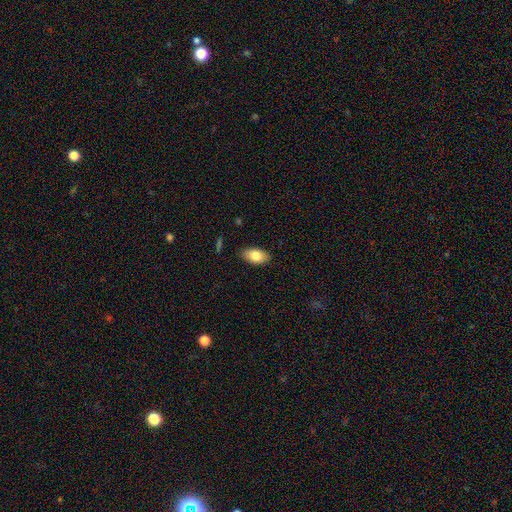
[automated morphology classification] The model was most divided on "smooth or featured": smooth: 81%, featured or disk: 12%, star or artifact: 7%. More confident: how rounded — in between (93%); merging — none (87%).